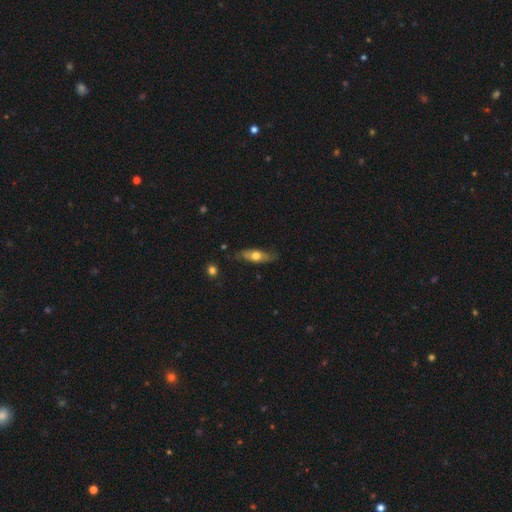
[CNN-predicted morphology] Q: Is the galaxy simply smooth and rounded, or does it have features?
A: smooth — 53%.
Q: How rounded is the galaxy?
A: in between — 56%.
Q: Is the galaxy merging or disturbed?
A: none — 75%.